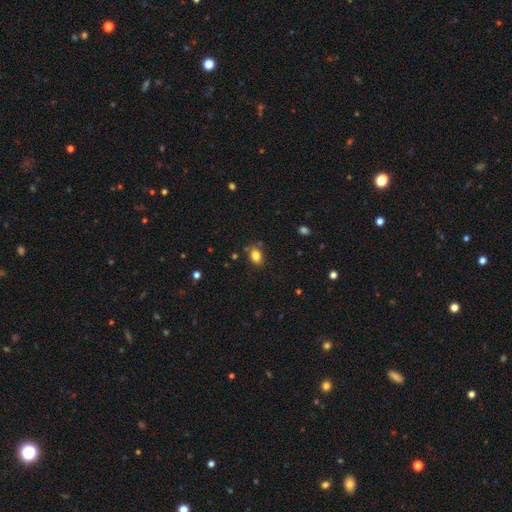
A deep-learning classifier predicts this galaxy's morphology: Q: Smooth or featured?
A: smooth (82%); runner-up: star or artifact (11%)
Q: How rounded?
A: in between (77%); runner-up: round (22%)
Q: Merging?
A: none (76%); runner-up: minor disturbance (16%)